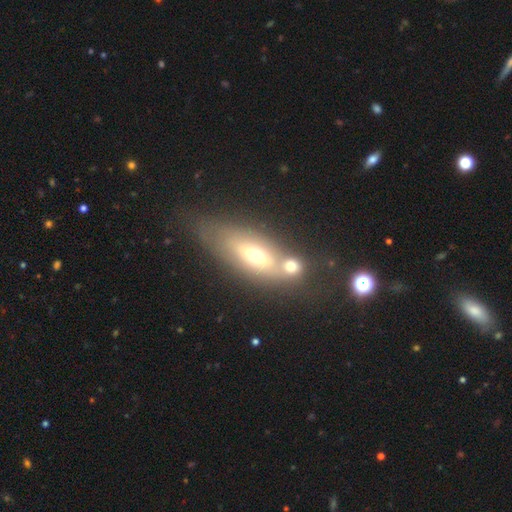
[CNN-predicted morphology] Q: Smooth or featured?
A: featured or disk (46%); runner-up: smooth (43%)
Q: Merging?
A: none (54%); runner-up: merger (23%)